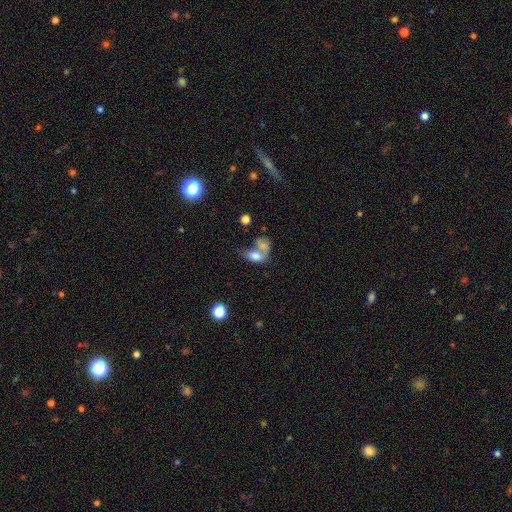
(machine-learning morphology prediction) Smooth or featured: smooth — 73% (featured or disk — 17%)
How rounded: in between — 85% (round — 12%)
Merging: merger — 67% (none — 16%)